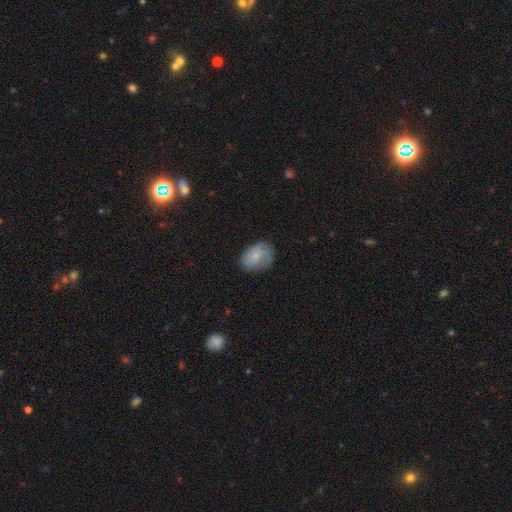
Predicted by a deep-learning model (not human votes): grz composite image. It shows a smooth galaxy with no disk features (64%) that is in between round and cigar-shaped (68%). Merging: none (65%).